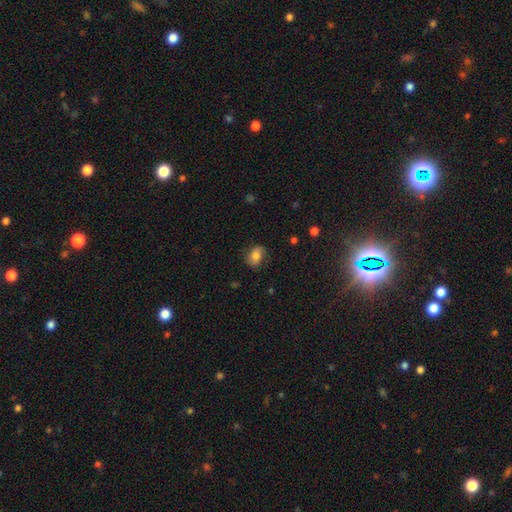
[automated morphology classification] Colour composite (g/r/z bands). It shows a smooth galaxy with no disk features (74%) that is in between round and cigar-shaped (73%). Merging: none (75%).